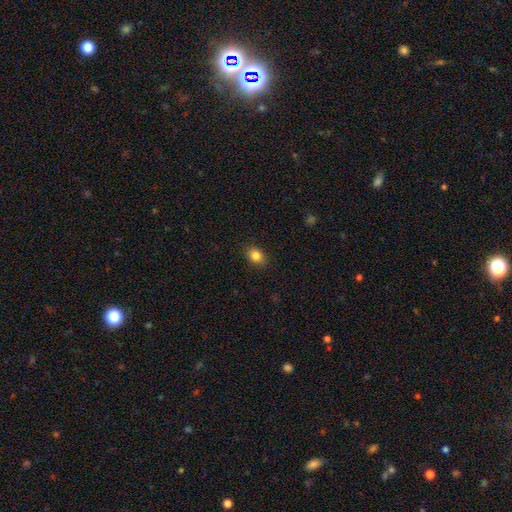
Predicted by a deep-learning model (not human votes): Morphology: type=smooth (84%); roundness=in between (66%); merging=none (88%).